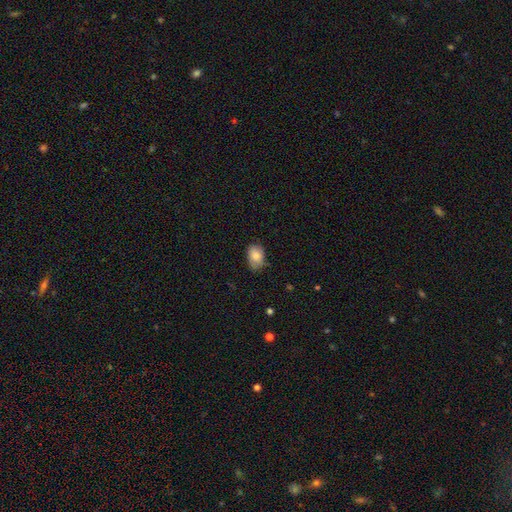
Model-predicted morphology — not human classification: Smooth or featured?
  - smooth: 83% *
  - featured or disk: 9%
  - star or artifact: 7%
How rounded?
  - in between: 84% *
  - round: 15%
  - cigar-shaped: 1%
Merging?
  - none: 67% *
  - minor disturbance: 27%
  - major disturbance: 5%
  - merger: 1%